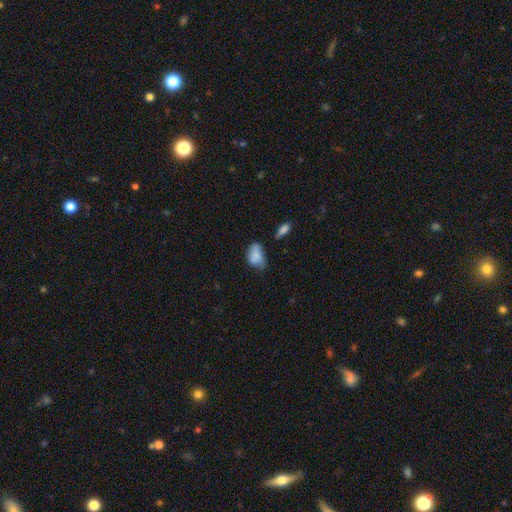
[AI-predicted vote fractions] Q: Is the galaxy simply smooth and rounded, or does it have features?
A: smooth — 79%.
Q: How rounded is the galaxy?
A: in between — 85%.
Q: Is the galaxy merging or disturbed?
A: none — 41%.